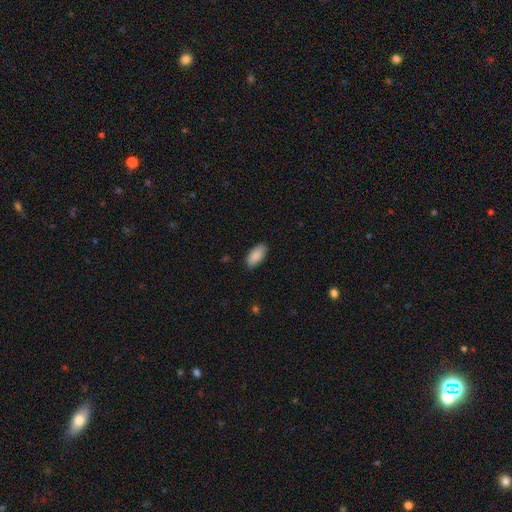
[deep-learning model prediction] Smooth or featured? smooth (89%)
How rounded? in between (92%)
Merging? none (86%)